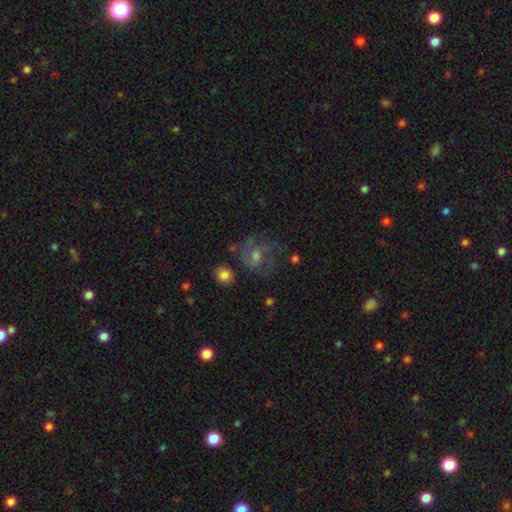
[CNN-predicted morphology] The model was most divided on "bulge size": moderate: 53%, small: 36%, none: 5%, large: 5%, dominant: 1%. More confident: edge-on disk — no (97%); spiral arms — yes (78%); bar — no (64%); smooth or featured — featured or disk (59%); merging — none (58%).